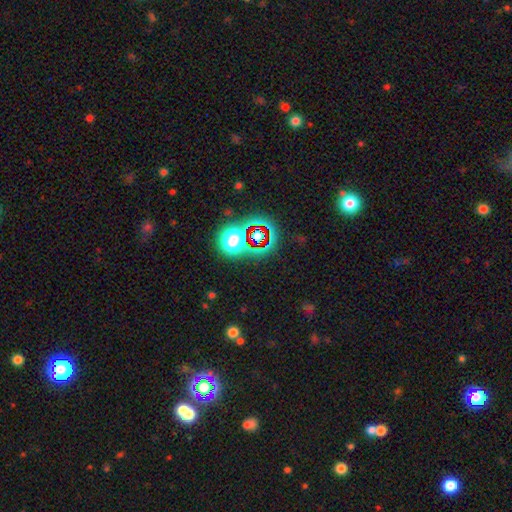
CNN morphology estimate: Overall: star or artifact (63%).